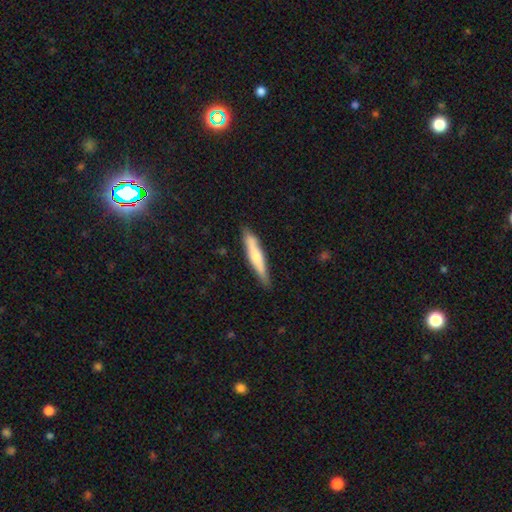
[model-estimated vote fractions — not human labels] smooth 57%, featured or disk 37%, star or artifact 5%. Down the decision tree: how rounded — cigar-shaped (89%); merging — none (81%).